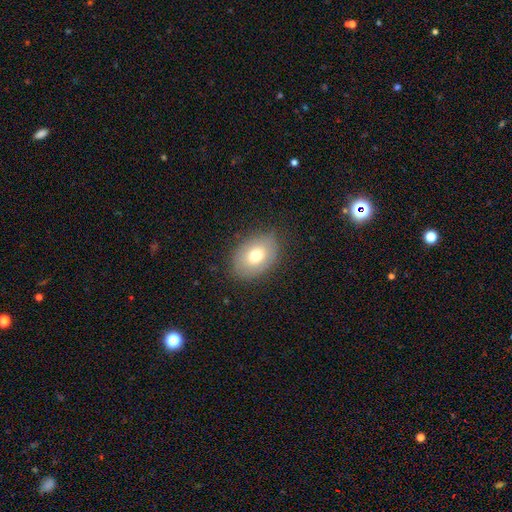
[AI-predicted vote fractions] smooth 71%, featured or disk 20%, star or artifact 10%. Down the decision tree: how rounded — in between (76%); merging — none (82%).